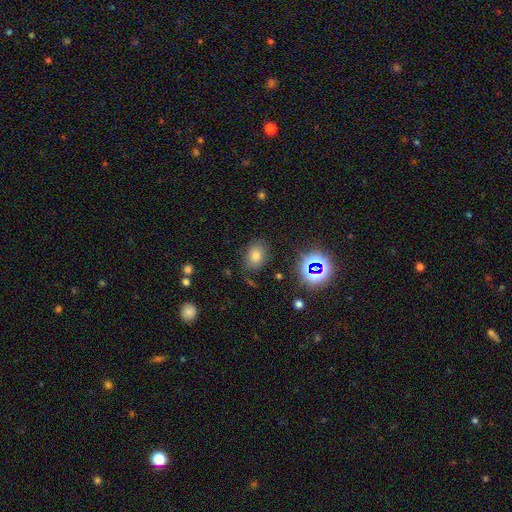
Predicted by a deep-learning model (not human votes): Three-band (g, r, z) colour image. It shows a smooth galaxy with no disk features (69%) that is in between round and cigar-shaped (66%). Merging: none (79%).